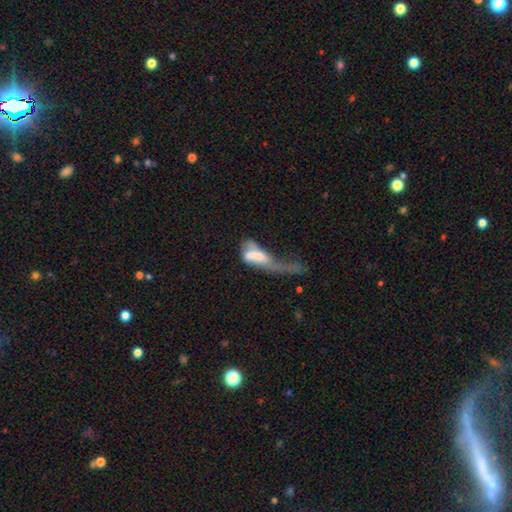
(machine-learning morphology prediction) A smooth galaxy with no disk features (53%) that is in between round and cigar-shaped (73%).

Vote fractions:
- Smooth or featured? smooth: 53% / featured or disk: 38% / star or artifact: 9%
- How rounded? in between: 73% / cigar-shaped: 21% / round: 6%
- Merging? major disturbance: 58% / merger: 23% / minor disturbance: 10% / none: 8%